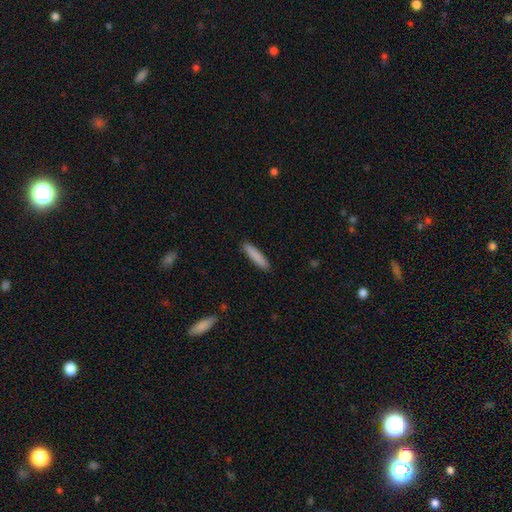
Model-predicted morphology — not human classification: smooth_or_featured: smooth (p=0.86) [alt: featured or disk p=0.08]
how_rounded: cigar-shaped (p=0.87) [alt: in between p=0.12]
merging: none (p=0.90) [alt: minor disturbance p=0.07]